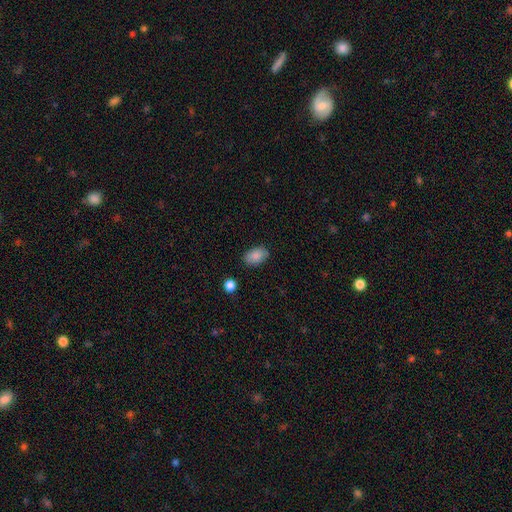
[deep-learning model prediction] A smooth galaxy with no disk features (86%) that is in between round and cigar-shaped (89%). Merging: none (83%).